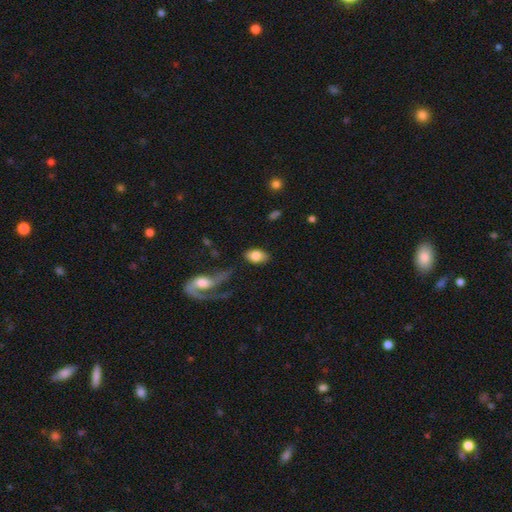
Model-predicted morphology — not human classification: Smooth or featured? smooth (79%)
How rounded? in between (89%)
Merging? none (76%)